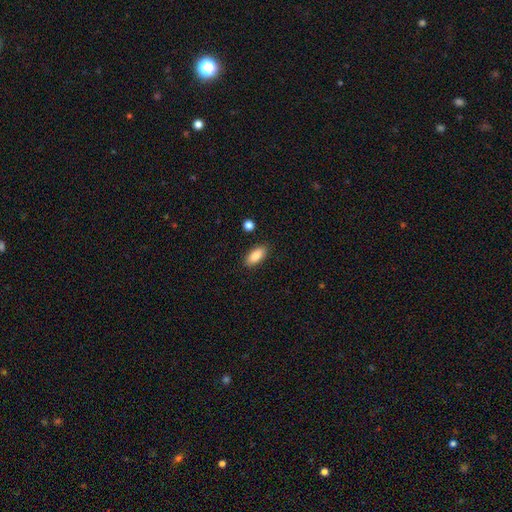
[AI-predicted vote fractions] smooth 87%, star or artifact 7%, featured or disk 6%. Down the decision tree: how rounded — in between (86%); merging — none (88%).